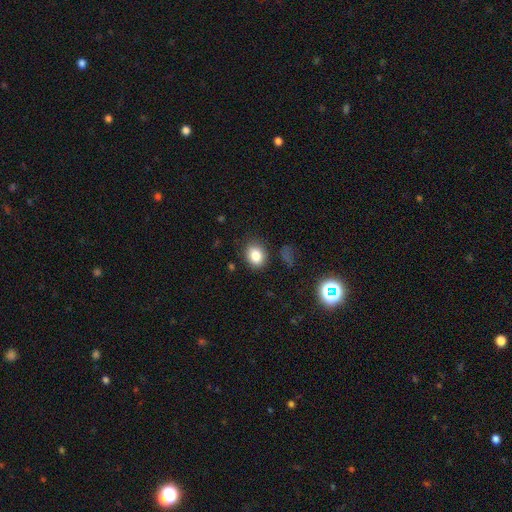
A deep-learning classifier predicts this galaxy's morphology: smooth 83%, star or artifact 10%, featured or disk 7%. Down the decision tree: how rounded — in between (54%); merging — none (83%).